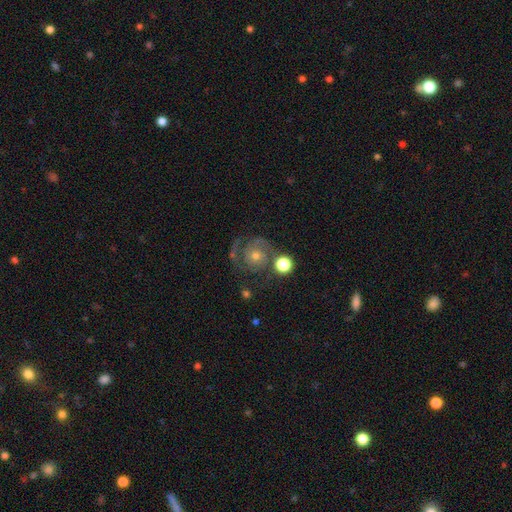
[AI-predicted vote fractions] Morphology: type=featured or disk (75%); edge-on=no (98%); bar=no (81%); spiral arms=yes (91%); winding=tight (57%); arm count=2 (56%); bulge=moderate (52%); merging=none (64%).